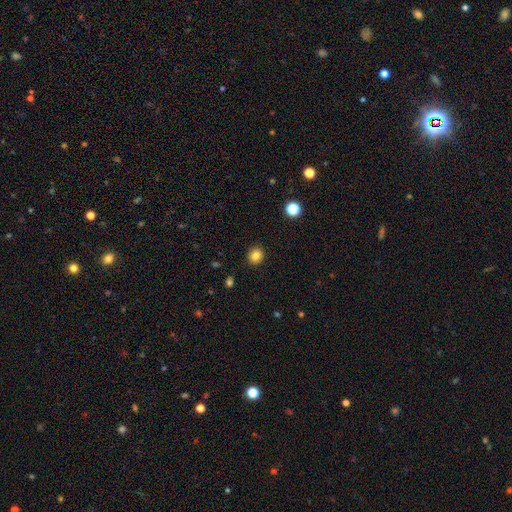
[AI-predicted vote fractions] Smooth or featured? smooth (83%)
How rounded? round (82%)
Merging? none (91%)